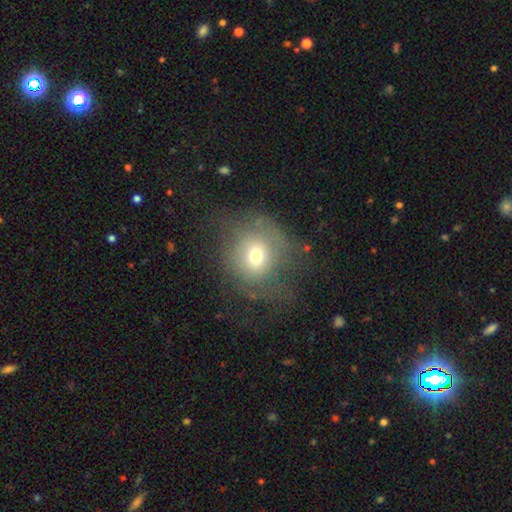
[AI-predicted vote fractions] Smooth or featured? smooth (65%)
How rounded? round (84%)
Merging? none (52%)